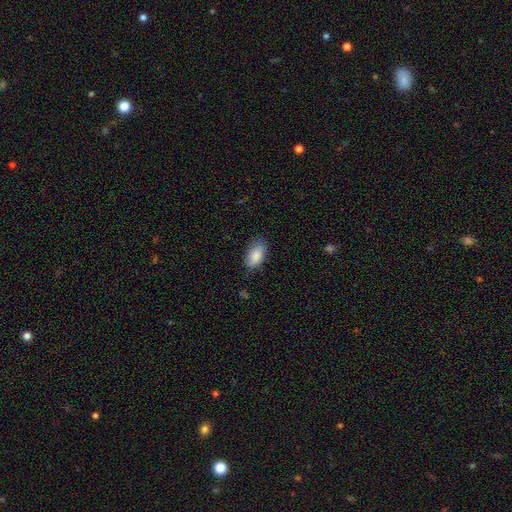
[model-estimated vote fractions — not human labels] smooth-or-featured: smooth: 86% | featured or disk: 7% | star or artifact: 6%
  how-rounded: in between: 93% | round: 5% | cigar-shaped: 2%
  merging: none: 74% | minor disturbance: 21% | major disturbance: 4% | merger: 1%